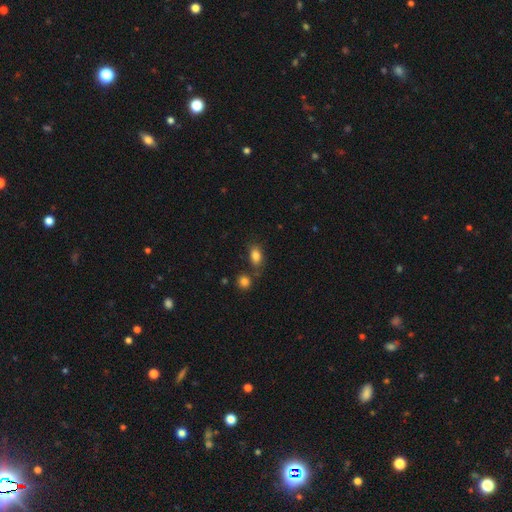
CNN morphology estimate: Q: Smooth or featured?
A: smooth (82%); runner-up: star or artifact (10%)
Q: How rounded?
A: in between (86%); runner-up: round (12%)
Q: Merging?
A: none (69%); runner-up: minor disturbance (14%)